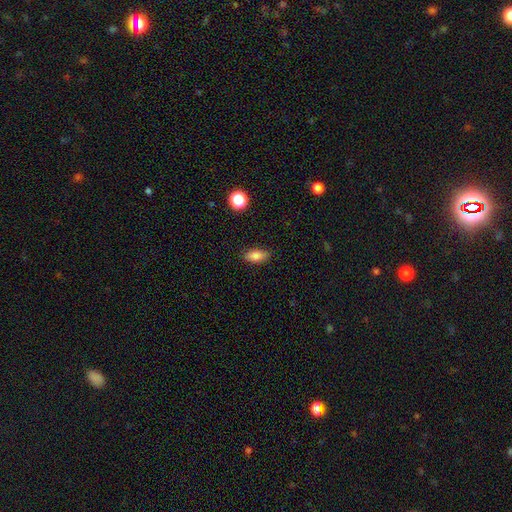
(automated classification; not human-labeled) This is clearly a smooth galaxy (83%). How rounded: clearly in between (86%). Merging: clearly none (85%).